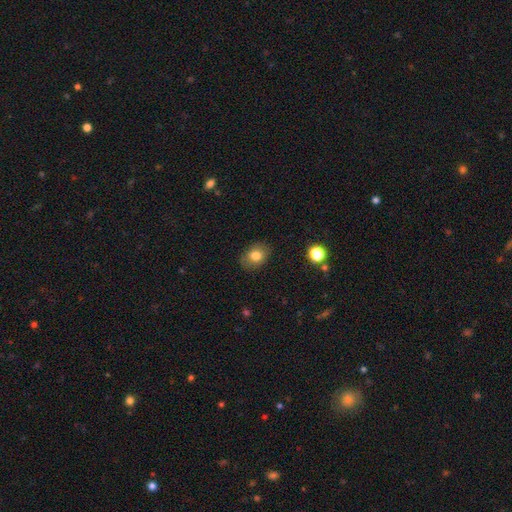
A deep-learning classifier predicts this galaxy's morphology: Smooth or featured? Predicted: smooth (p=0.80). How rounded? Predicted: in between (p=0.61). Merging? Predicted: none (p=0.83).